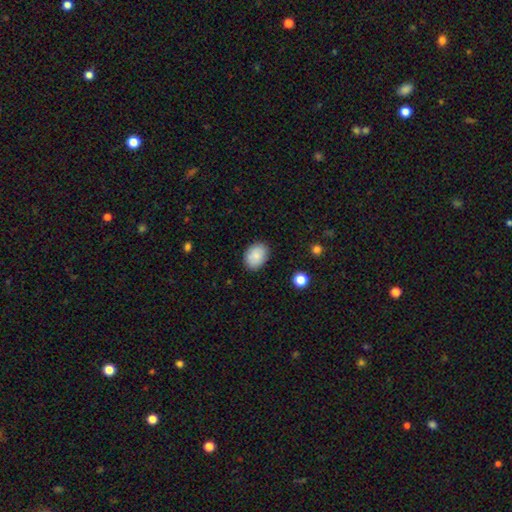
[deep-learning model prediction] smooth-or-featured: smooth: 86% | star or artifact: 7% | featured or disk: 7%
  how-rounded: in between: 74% | round: 25% | cigar-shaped: 1%
  merging: none: 87% | minor disturbance: 10% | major disturbance: 2% | merger: 1%